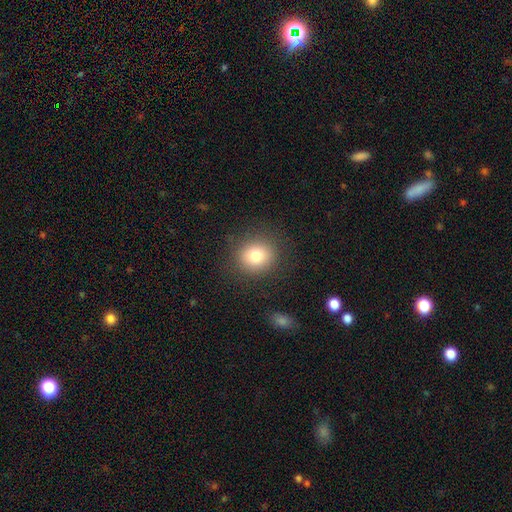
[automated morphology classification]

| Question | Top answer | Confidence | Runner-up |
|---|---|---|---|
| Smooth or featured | smooth | 79% | star or artifact (12%) |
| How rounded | round | 85% | in between (14%) |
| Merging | none | 87% | minor disturbance (8%) |